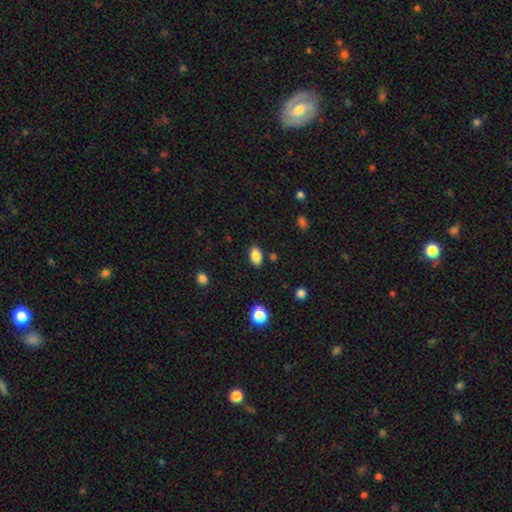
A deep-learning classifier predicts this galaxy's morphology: This is clearly a smooth galaxy (86%). How rounded: clearly in between (89%). Merging: clearly none (86%).